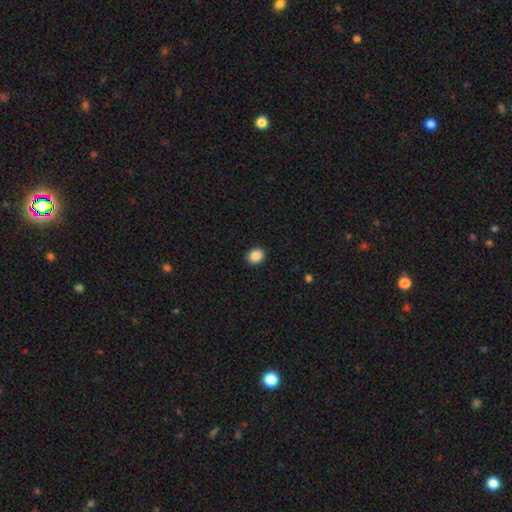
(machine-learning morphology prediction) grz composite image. It shows a smooth galaxy with no disk features (88%) that is round (67%). Merging: none (92%).